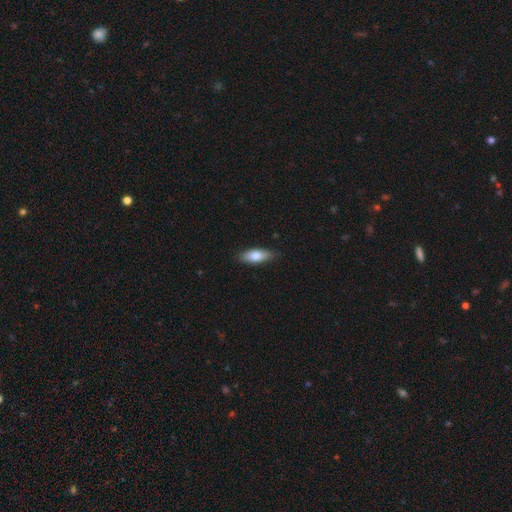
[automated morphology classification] The model was most divided on "how rounded": in between: 72%, cigar-shaped: 25%, round: 2%. More confident: merging — none (84%); smooth or featured — smooth (79%).